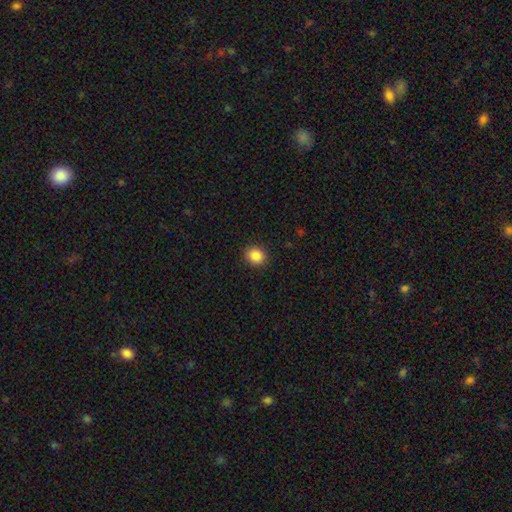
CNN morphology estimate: The model was most divided on "how rounded": round: 78%, in between: 21%, cigar-shaped: 1%. More confident: merging — none (91%); smooth or featured — smooth (87%).